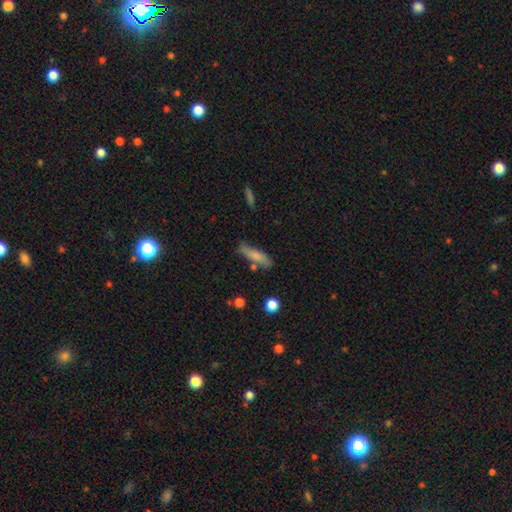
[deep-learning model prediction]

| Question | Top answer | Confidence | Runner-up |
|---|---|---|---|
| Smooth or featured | smooth | 72% | featured or disk (21%) |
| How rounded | cigar-shaped | 59% | in between (39%) |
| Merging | none | 62% | minor disturbance (24%) |